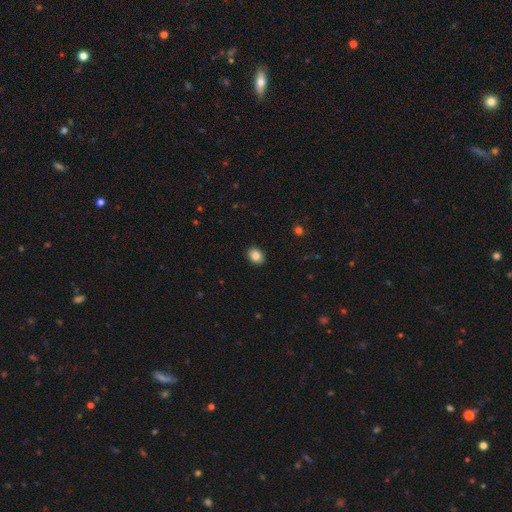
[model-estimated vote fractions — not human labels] Morphology: type=smooth (85%); roundness=in between (58%); merging=none (91%).